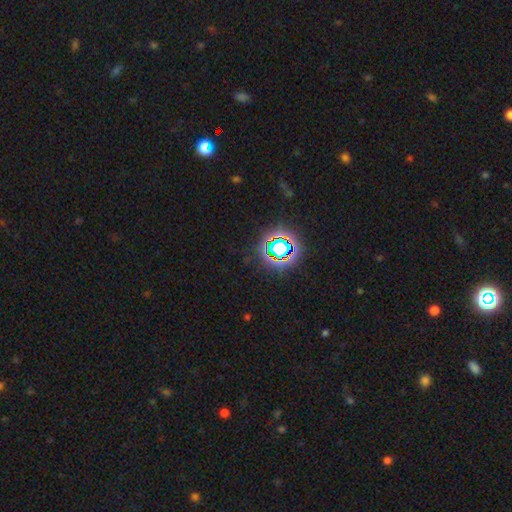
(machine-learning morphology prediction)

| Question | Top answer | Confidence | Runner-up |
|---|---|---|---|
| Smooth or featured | star or artifact | 80% | smooth (14%) |